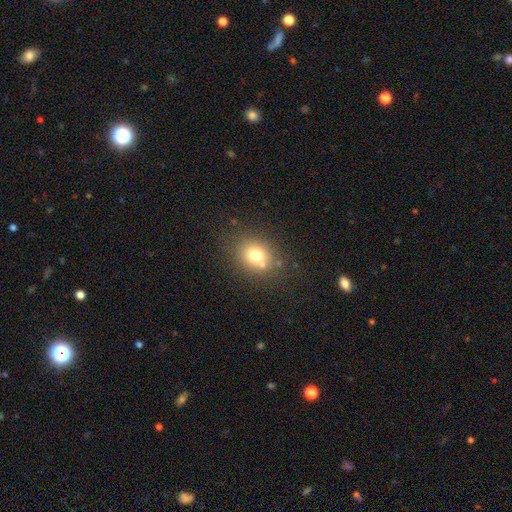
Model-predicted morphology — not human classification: Smooth or featured? Predicted: smooth (p=0.72). How rounded? Predicted: round (p=0.65). Merging? Predicted: none (p=0.67).